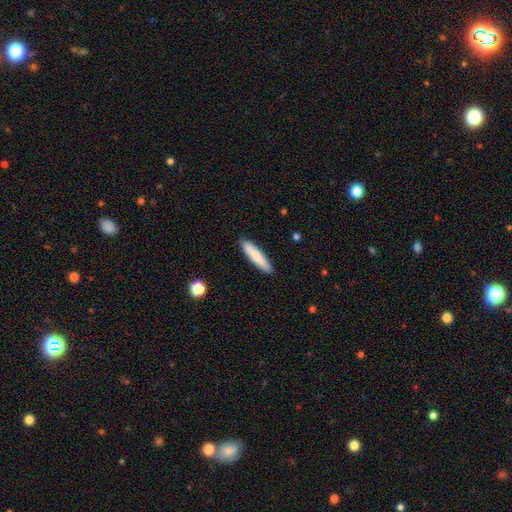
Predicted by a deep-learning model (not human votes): smooth-or-featured: smooth: 80% | featured or disk: 15% | star or artifact: 6%
  how-rounded: cigar-shaped: 86% | in between: 13% | round: 1%
  merging: none: 90% | minor disturbance: 7% | major disturbance: 1% | merger: 1%